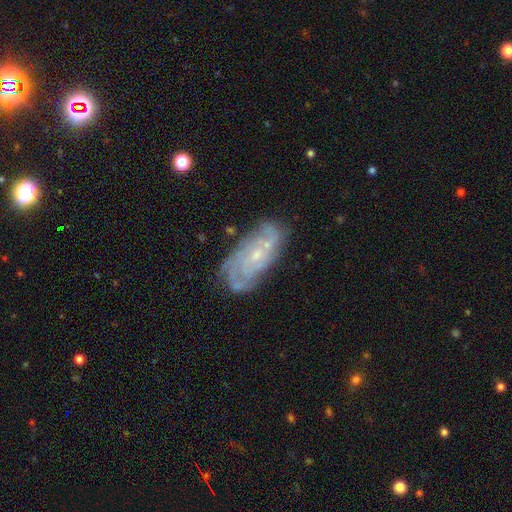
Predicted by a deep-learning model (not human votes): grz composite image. It shows a featured or disk galaxy (81%) with no bar (66%), tight (60%) spiral arms (92%) and a small central bulge (72%). Merging: none (67%).